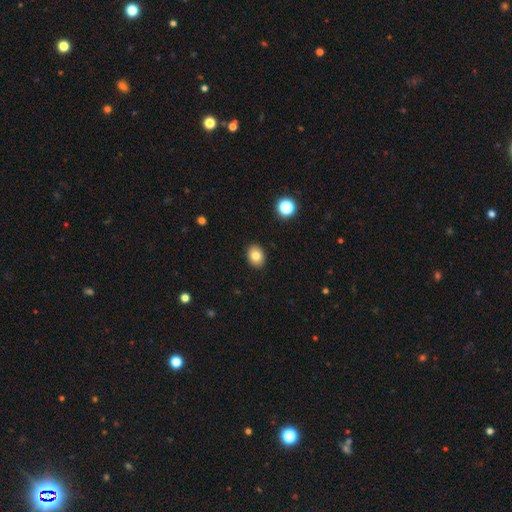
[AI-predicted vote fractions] This appears to be a smooth galaxy with no disk features (82%) that is in between round and cigar-shaped (57%). Merging: none (90%).